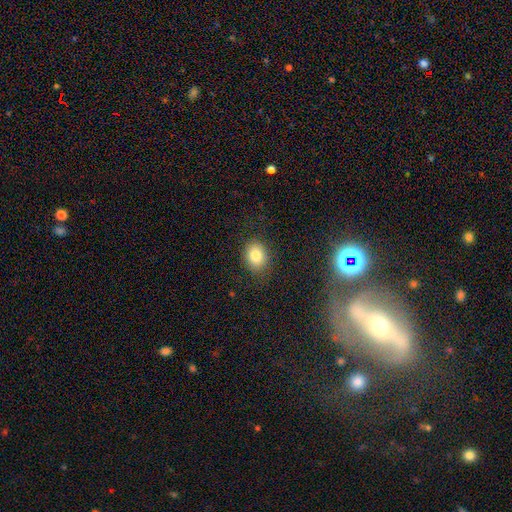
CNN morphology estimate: smooth-or-featured: smooth: 83% | star or artifact: 10% | featured or disk: 7%
  how-rounded: in between: 53% | round: 46% | cigar-shaped: 1%
  merging: none: 84% | minor disturbance: 11% | major disturbance: 4% | merger: 1%